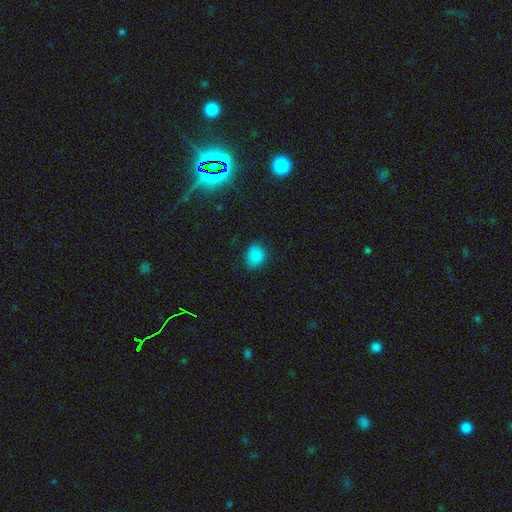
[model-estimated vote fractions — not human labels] Smooth or featured?
  - smooth: 83% *
  - star or artifact: 13%
  - featured or disk: 4%
How rounded?
  - in between: 52% *
  - round: 47%
  - cigar-shaped: 1%
Merging?
  - none: 77% *
  - minor disturbance: 18%
  - major disturbance: 4%
  - merger: 1%